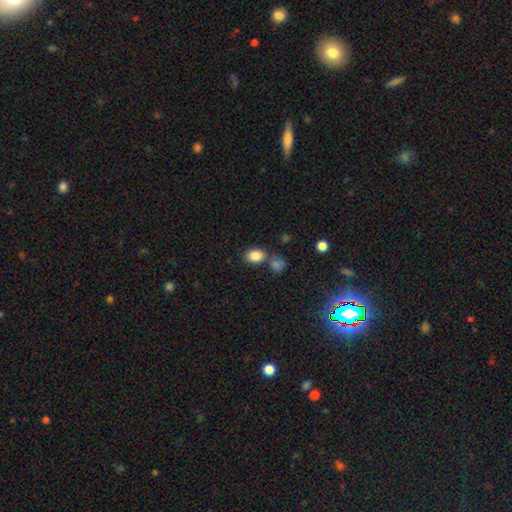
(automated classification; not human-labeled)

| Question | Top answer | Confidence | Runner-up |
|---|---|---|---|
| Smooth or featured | smooth | 84% | star or artifact (9%) |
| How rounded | in between | 74% | round (25%) |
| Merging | none | 68% | merger (17%) |